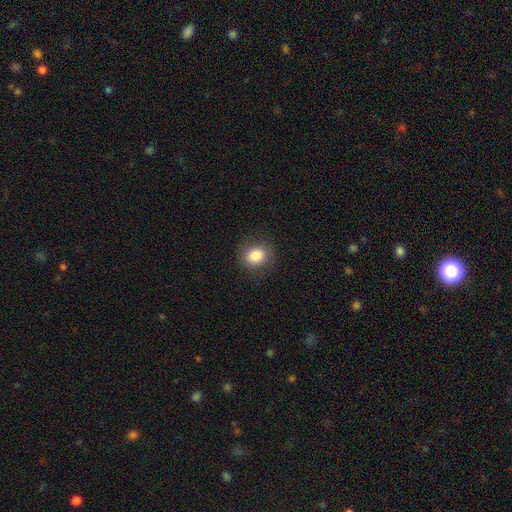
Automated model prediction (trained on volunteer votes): This appears to be a smooth galaxy with no disk features (83%) that is round (72%). Merging: none (86%).